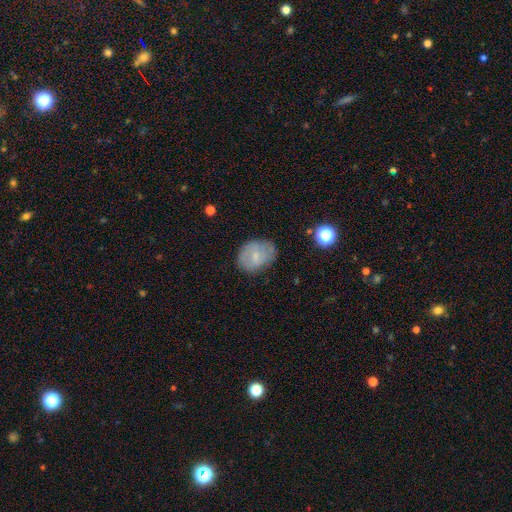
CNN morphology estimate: A smooth galaxy with no disk features (64%) that is in between round and cigar-shaped (65%). Merging: none (68%).